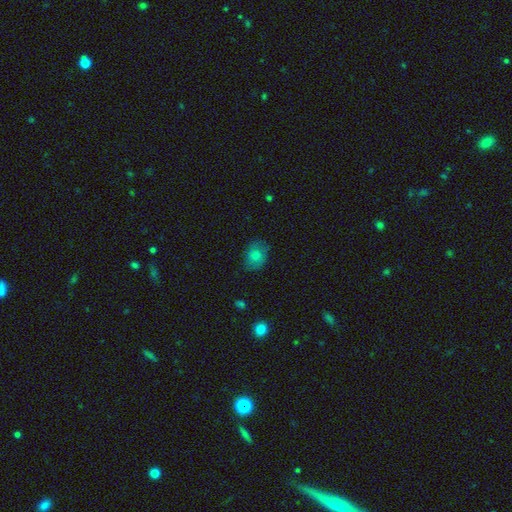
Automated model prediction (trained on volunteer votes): Smooth or featured? smooth (78%)
How rounded? in between (62%)
Merging? none (74%)